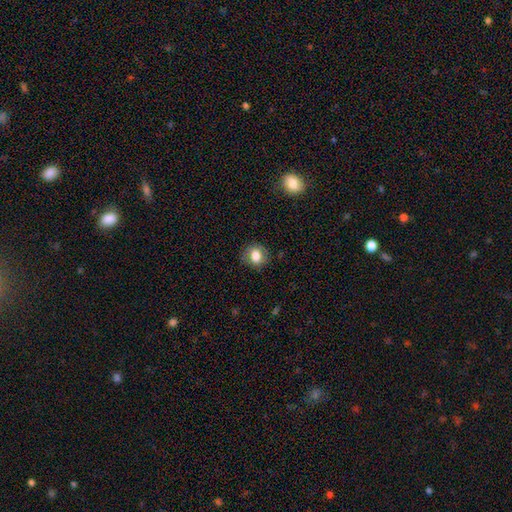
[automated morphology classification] Smooth or featured? Predicted: smooth (p=0.78). How rounded? Predicted: round (p=0.64). Merging? Predicted: none (p=0.80).